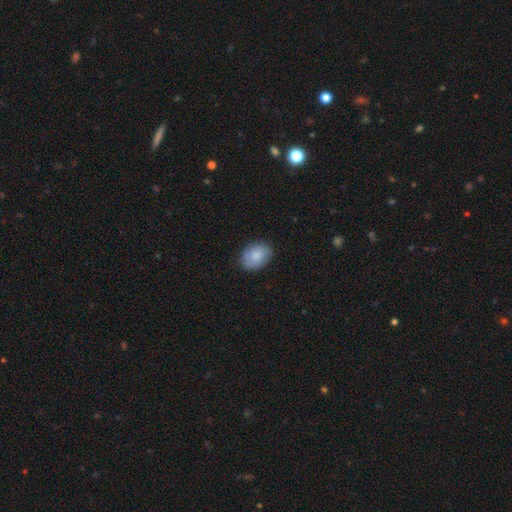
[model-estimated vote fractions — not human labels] The model was most divided on "how rounded": in between: 75%, round: 24%, cigar-shaped: 1%. More confident: merging — none (83%); smooth or featured — smooth (82%).